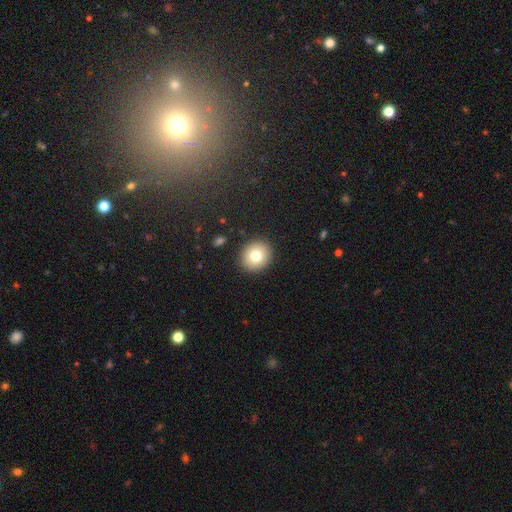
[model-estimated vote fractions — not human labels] This is likely a smooth galaxy (76%). How rounded: clearly round (83%). Merging: clearly none (91%).